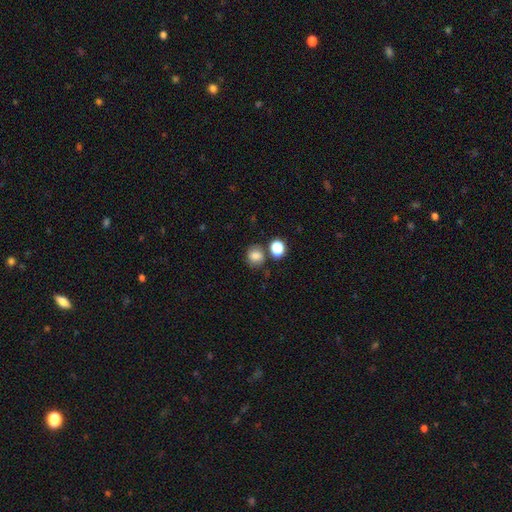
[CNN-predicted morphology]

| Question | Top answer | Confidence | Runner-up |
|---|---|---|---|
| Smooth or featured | smooth | 79% | star or artifact (13%) |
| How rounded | round | 77% | in between (22%) |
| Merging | none | 69% | minor disturbance (13%) |